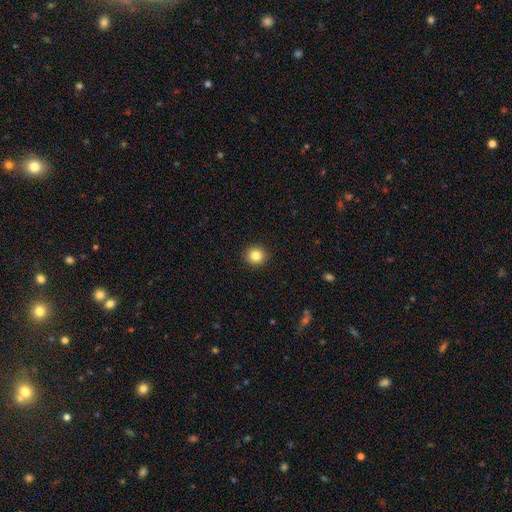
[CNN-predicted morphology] This is clearly a smooth galaxy (84%). How rounded: clearly round (89%). Merging: clearly none (92%).